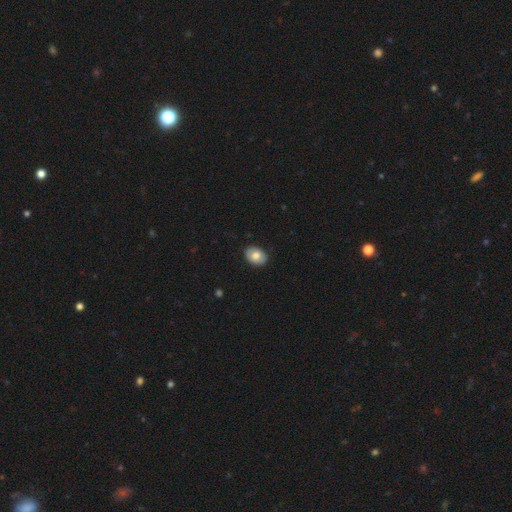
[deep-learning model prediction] A smooth galaxy with no disk features (75%) that is in between round and cigar-shaped (73%). Merging: none (88%).